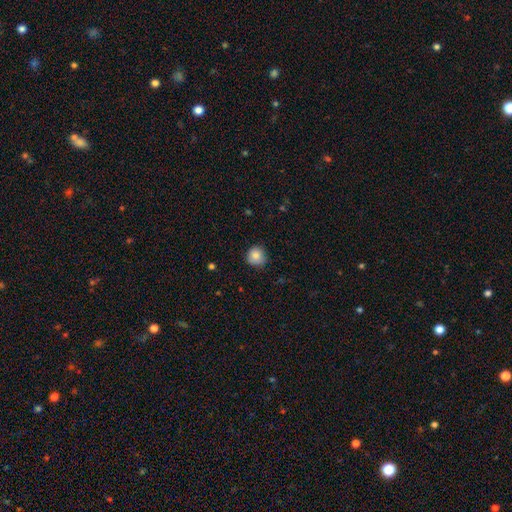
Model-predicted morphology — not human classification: Smooth or featured?
  - smooth: 85% *
  - star or artifact: 9%
  - featured or disk: 6%
How rounded?
  - round: 90% *
  - in between: 9%
  - cigar-shaped: 1%
Merging?
  - none: 81% *
  - minor disturbance: 16%
  - major disturbance: 3%
  - merger: 1%